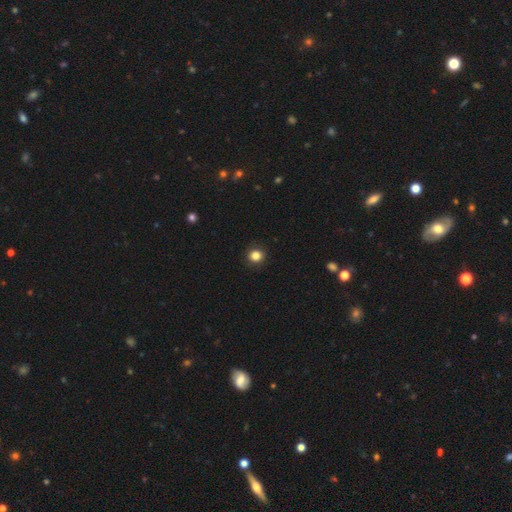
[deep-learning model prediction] Morphology: type=smooth (84%); roundness=round (90%); merging=none (92%).